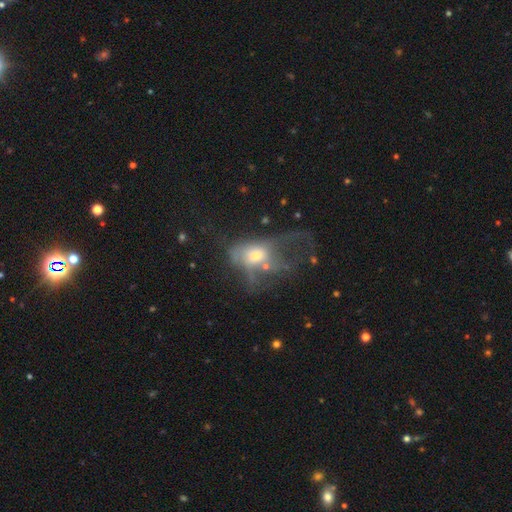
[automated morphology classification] smooth 46%, featured or disk 43%, star or artifact 11%. Down the decision tree: merging — major disturbance (61%).